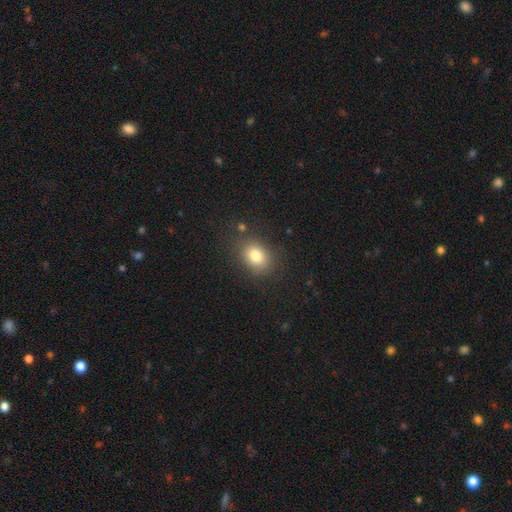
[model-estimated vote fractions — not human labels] Smooth or featured: smooth — 80% (star or artifact — 12%)
How rounded: in between — 52% (round — 47%)
Merging: none — 80% (minor disturbance — 13%)